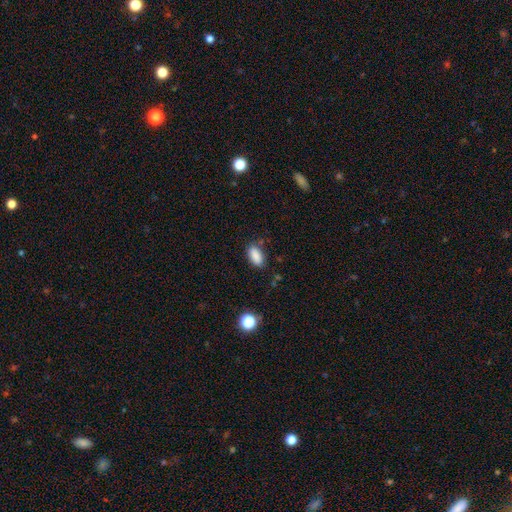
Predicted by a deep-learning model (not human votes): Smooth or featured: smooth — 86% (star or artifact — 9%)
How rounded: in between — 89% (cigar-shaped — 7%)
Merging: none — 77% (minor disturbance — 16%)